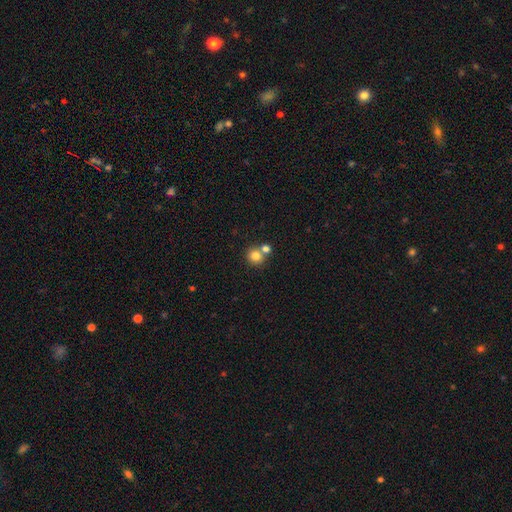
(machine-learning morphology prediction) Smooth or featured: smooth — 80% (star or artifact — 12%)
How rounded: round — 87% (in between — 12%)
Merging: none — 55% (merger — 35%)